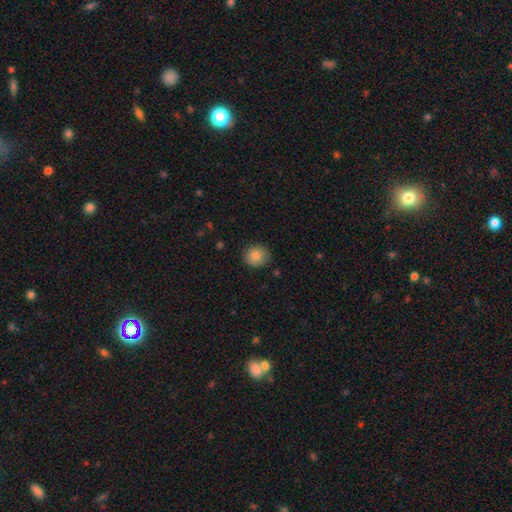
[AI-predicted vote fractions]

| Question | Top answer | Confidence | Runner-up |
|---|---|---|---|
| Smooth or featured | smooth | 85% | star or artifact (8%) |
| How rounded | round | 82% | in between (18%) |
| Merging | none | 84% | minor disturbance (13%) |